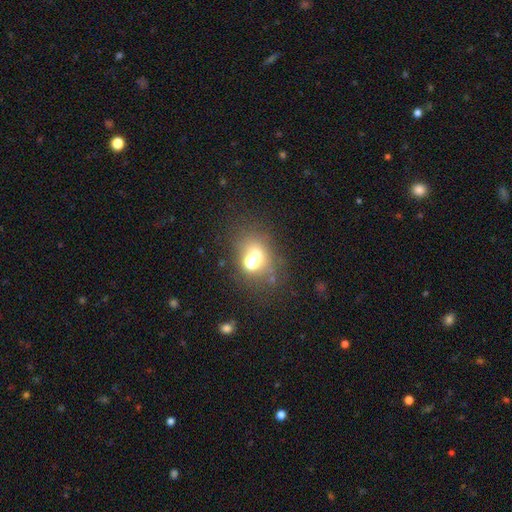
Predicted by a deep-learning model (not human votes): Smooth or featured? Predicted: smooth (p=0.53). How rounded? Predicted: round (p=0.54). Merging? Predicted: none (p=0.47).